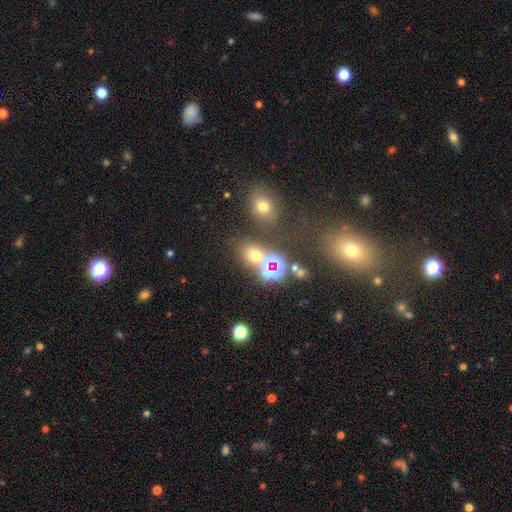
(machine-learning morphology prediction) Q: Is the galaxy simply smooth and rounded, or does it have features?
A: smooth — 57%.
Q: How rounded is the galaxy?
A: round — 66%.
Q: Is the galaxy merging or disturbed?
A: none — 67%.